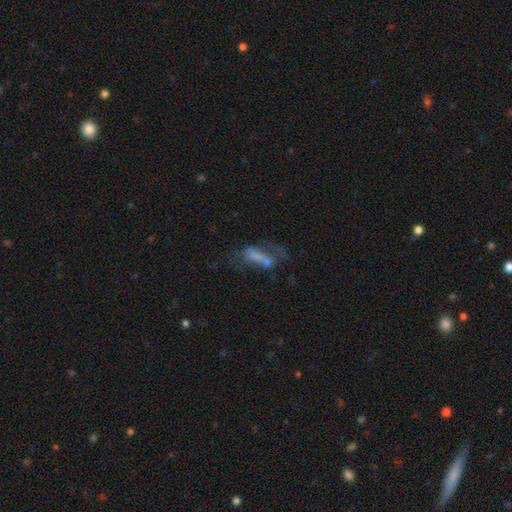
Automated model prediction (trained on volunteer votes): smooth_or_featured: featured or disk (p=0.46) [alt: smooth p=0.35]
merging: major disturbance (p=0.32) [alt: none p=0.30]